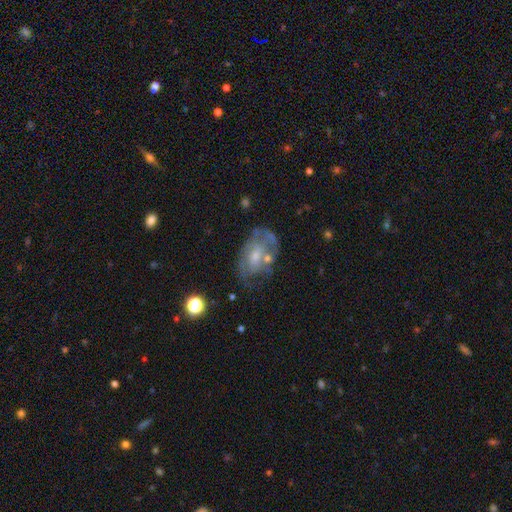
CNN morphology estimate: A featured or disk galaxy (65%) with no bar (70%), spiral arms (55%) and a small central bulge (52%).

Vote fractions:
- Smooth or featured? featured or disk: 65% / smooth: 25% / star or artifact: 10%
- Edge-on disk? no: 95% / yes: 5%
- Bar? no: 70% / weak: 25% / strong: 5%
- Spiral arms? yes: 55% / no: 45%
- Bulge size? small: 52% / moderate: 36% / none: 8% / large: 3% / dominant: 1%
- Merging? none: 46% / minor disturbance: 24% / major disturbance: 18% / merger: 11%